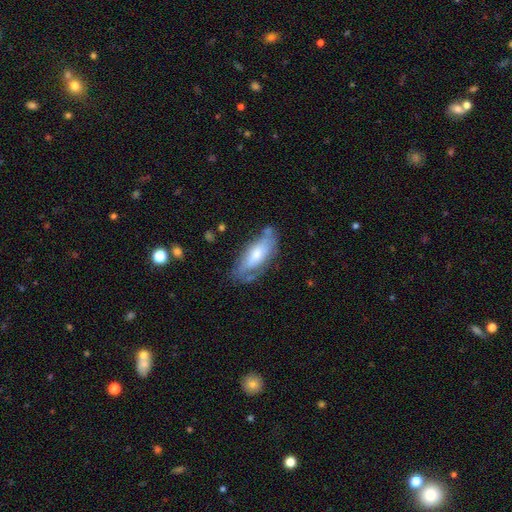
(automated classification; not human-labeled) A smooth galaxy with no disk features (50%) that is in between round and cigar-shaped (74%). Merging: none (60%).